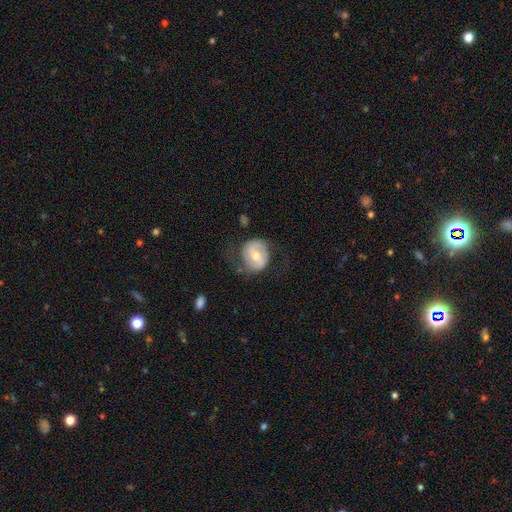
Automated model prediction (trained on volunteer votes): Smooth or featured? Predicted: featured or disk (p=0.55). Edge-on disk? Predicted: no (p=0.96). Bar? Predicted: weak (p=0.39). Spiral arms? Predicted: yes (p=0.65). Bulge size? Predicted: moderate (p=0.69). Merging? Predicted: none (p=0.59).